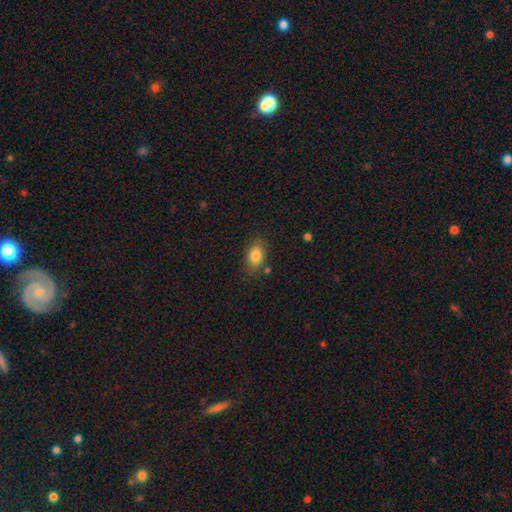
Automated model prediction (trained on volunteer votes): smooth 83%, star or artifact 9%, featured or disk 8%. Down the decision tree: how rounded — in between (84%); merging — none (81%).